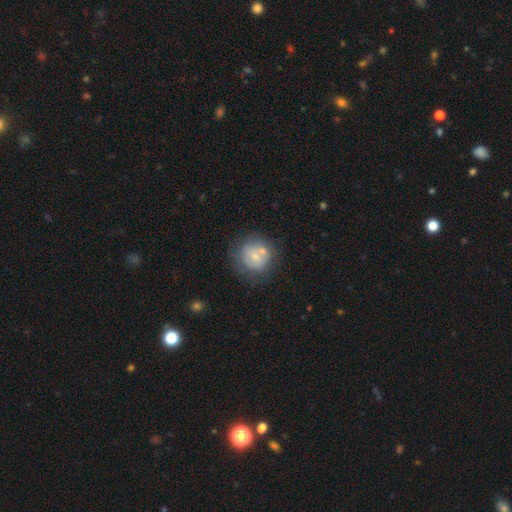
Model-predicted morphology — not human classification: A smooth galaxy with no disk features (59%) that is round (89%). Merging: none (53%).